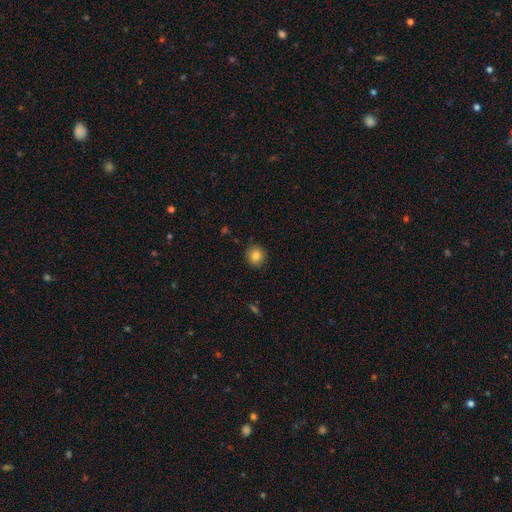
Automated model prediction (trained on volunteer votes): This is clearly a smooth galaxy (84%). How rounded: clearly round (91%). Merging: clearly none (90%).